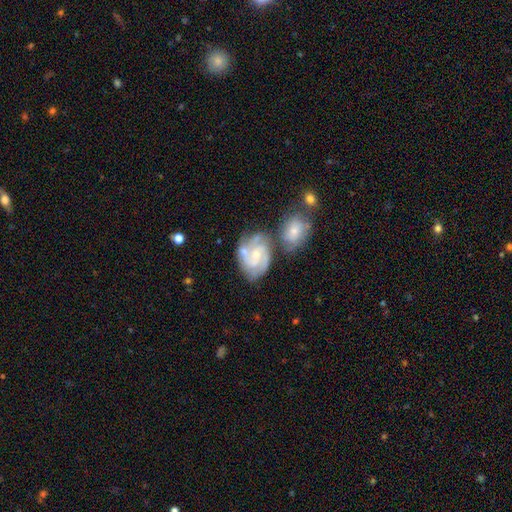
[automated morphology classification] Smooth or featured: featured or disk — 80% (smooth — 14%)
Edge-on disk: no — 97% (yes — 3%)
Bar: no — 55% (weak — 38%)
Spiral arms: yes — 94% (no — 6%)
Spiral winding: medium — 45% (tight — 44%)
Spiral arm count: 2 — 43% (3 — 30%)
Bulge size: small — 60% (moderate — 33%)
Merging: none — 47% (merger — 29%)